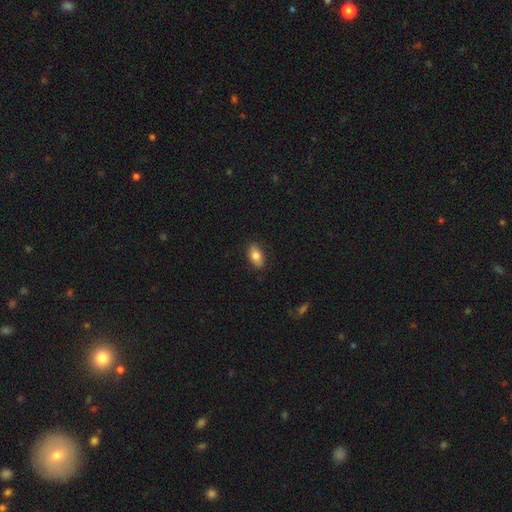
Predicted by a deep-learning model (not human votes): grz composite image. It shows a smooth galaxy with no disk features (81%) that is in between round and cigar-shaped (89%). Merging: none (87%).